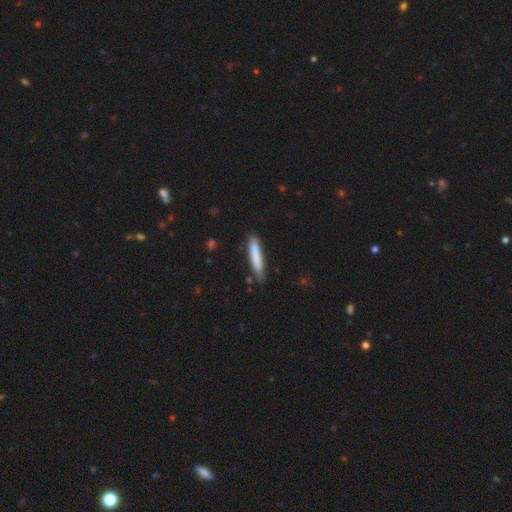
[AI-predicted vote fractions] This is likely a smooth galaxy (79%). How rounded: clearly cigar-shaped (91%). Merging: likely none (80%).